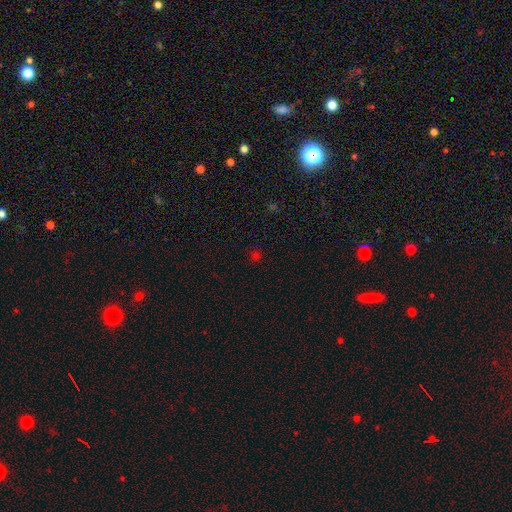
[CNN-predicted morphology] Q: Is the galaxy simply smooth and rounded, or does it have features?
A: smooth — 57%.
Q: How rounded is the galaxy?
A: round — 89%.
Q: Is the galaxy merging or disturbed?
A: none — 87%.